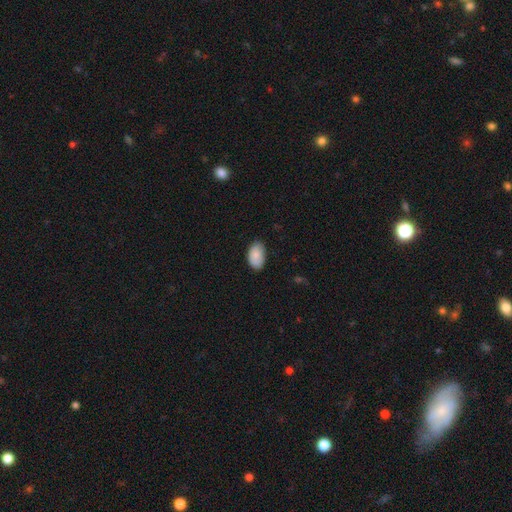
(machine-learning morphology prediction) smooth-or-featured: smooth: 86% | featured or disk: 7% | star or artifact: 6%
  how-rounded: in between: 93% | round: 5% | cigar-shaped: 1%
  merging: none: 80% | minor disturbance: 16% | major disturbance: 2% | merger: 1%